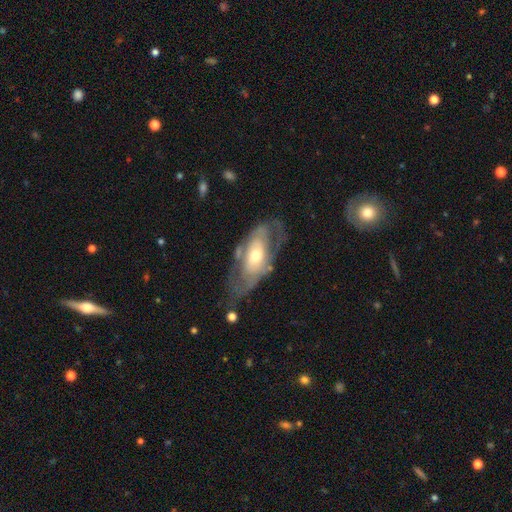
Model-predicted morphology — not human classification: Overall: featured or disk (69%). Edge-on disk: no (88%). Bar: no (66%). Spiral arms: yes (59%; no 41%). Bulge size: moderate (61%; small 29%). Merging: none (53%; minor disturbance 23%).